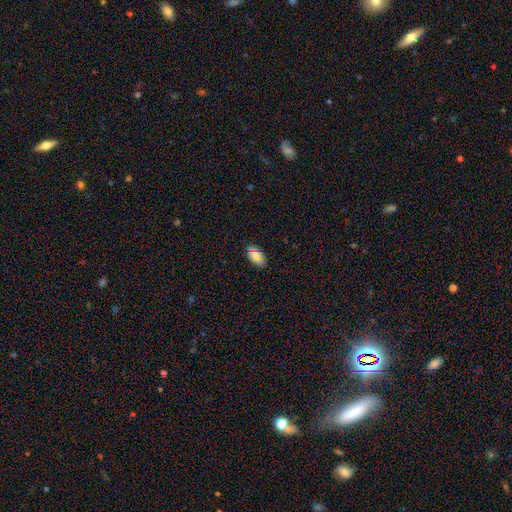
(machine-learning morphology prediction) Overall: smooth (79%). How rounded: in between (93%). Merging: none (84%).